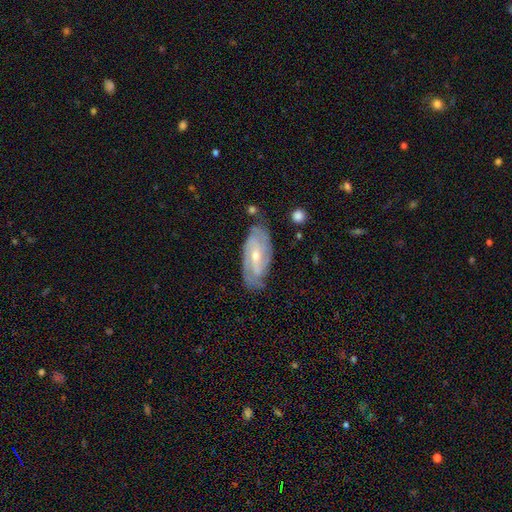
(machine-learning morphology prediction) Smooth or featured?
  - featured or disk: 84% *
  - smooth: 10%
  - star or artifact: 5%
Edge-on disk?
  - no: 93% *
  - yes: 7%
Bar?
  - weak: 46% *
  - no: 28%
  - strong: 27%
Spiral arms?
  - yes: 96% *
  - no: 4%
Spiral winding?
  - tight: 59% *
  - medium: 34%
  - loose: 7%
Spiral arm count?
  - 2: 62% *
  - 3: 15%
  - can't tell: 14%
  - 4: 4%
  - 1: 3%
  - more than 4: 2%
Bulge size?
  - moderate: 49% *
  - small: 48%
  - large: 1%
  - none: 1%
  - dominant: 1%
Merging?
  - none: 78% *
  - minor disturbance: 16%
  - major disturbance: 4%
  - merger: 2%